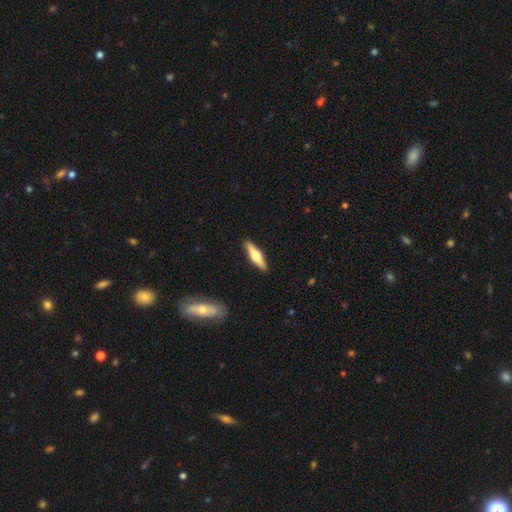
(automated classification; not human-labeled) A featured or disk galaxy (51%) viewed edge-on (94%). Merging: none (90%).